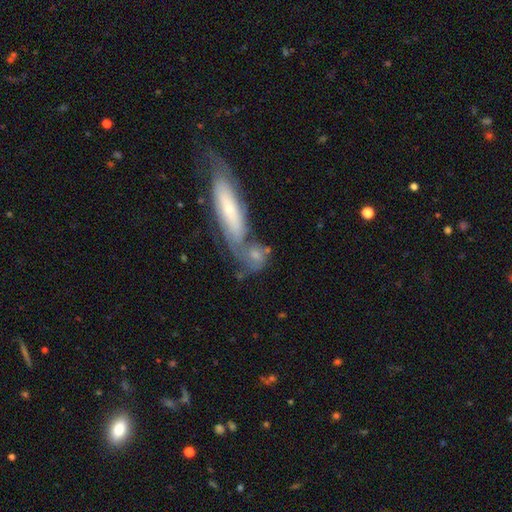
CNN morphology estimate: Smooth or featured? Predicted: smooth (p=0.51). How rounded? Predicted: in between (p=0.47). Merging? Predicted: merger (p=0.48).